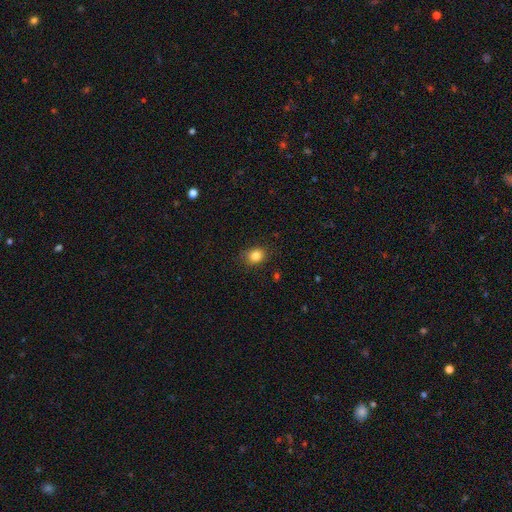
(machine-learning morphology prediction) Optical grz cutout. It shows a smooth galaxy with no disk features (83%) that is round (56%). Merging: none (82%).